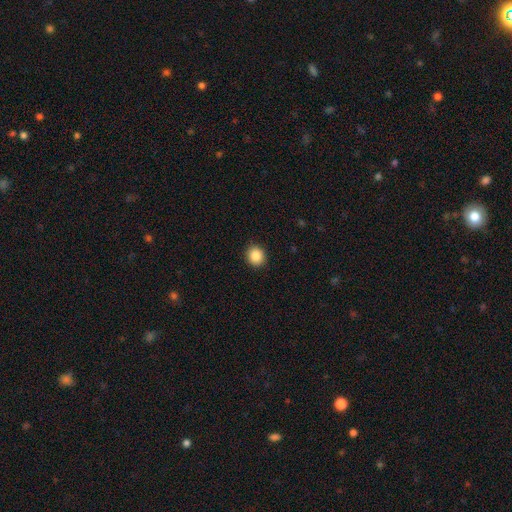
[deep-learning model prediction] The model was most divided on "how rounded": round: 86%, in between: 13%, cigar-shaped: 1%. More confident: merging — none (92%); smooth or featured — smooth (87%).